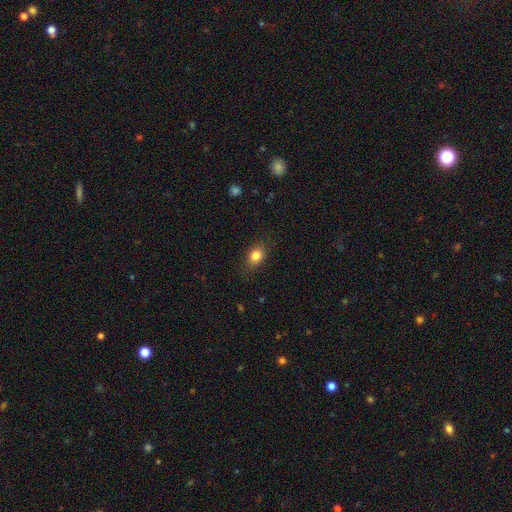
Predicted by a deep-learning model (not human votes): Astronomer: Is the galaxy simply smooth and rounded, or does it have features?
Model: smooth — 83%.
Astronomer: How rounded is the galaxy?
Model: in between — 65%.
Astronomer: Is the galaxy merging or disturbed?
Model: none — 83%.